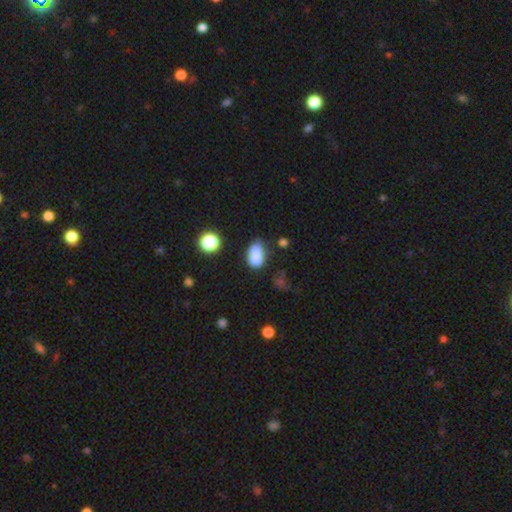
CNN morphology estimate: Smooth or featured?
  - smooth: 84% *
  - star or artifact: 10%
  - featured or disk: 6%
How rounded?
  - in between: 89% *
  - round: 10%
  - cigar-shaped: 1%
Merging?
  - none: 59% *
  - minor disturbance: 30%
  - major disturbance: 7%
  - merger: 4%